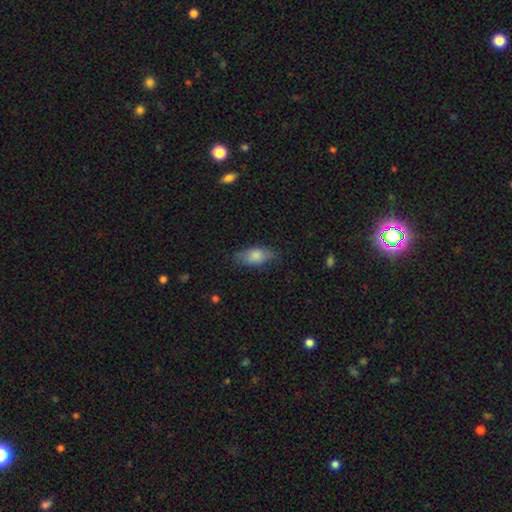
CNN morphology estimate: This is likely a smooth galaxy (78%). How rounded: clearly in between (83%). Merging: likely none (73%).